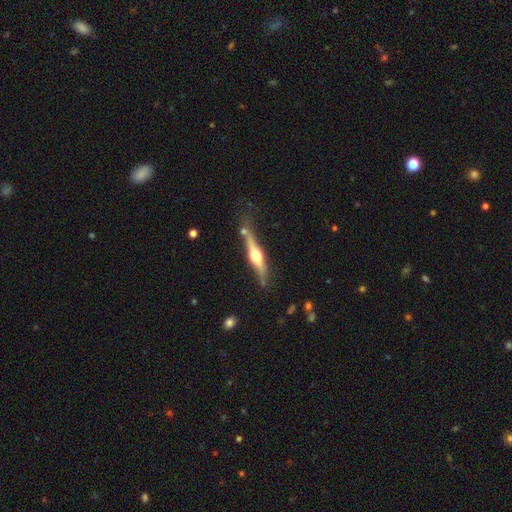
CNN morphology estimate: Overall: featured or disk (72%). Edge-on disk: yes (96%). Edge-on bulge: rounded (93%). Merging: none (71%).